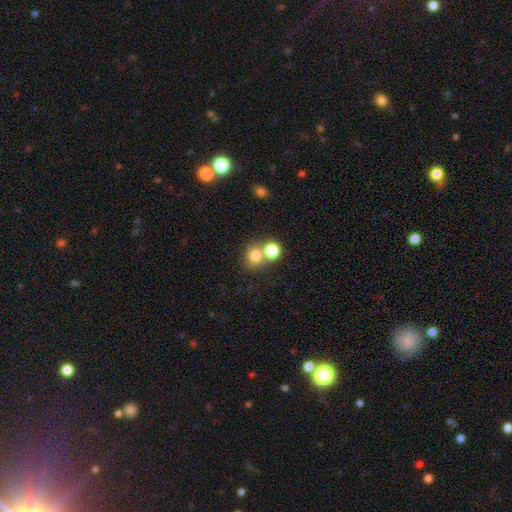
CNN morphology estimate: type=smooth (78%); roundness=round (83%); merging=none (49%).